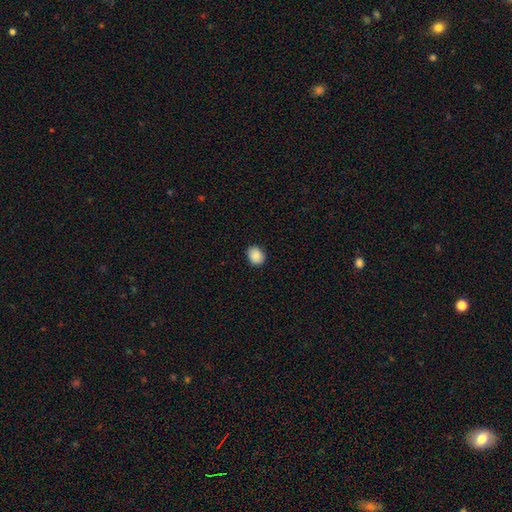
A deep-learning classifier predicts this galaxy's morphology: type=smooth (89%); roundness=round (51%); merging=none (88%).